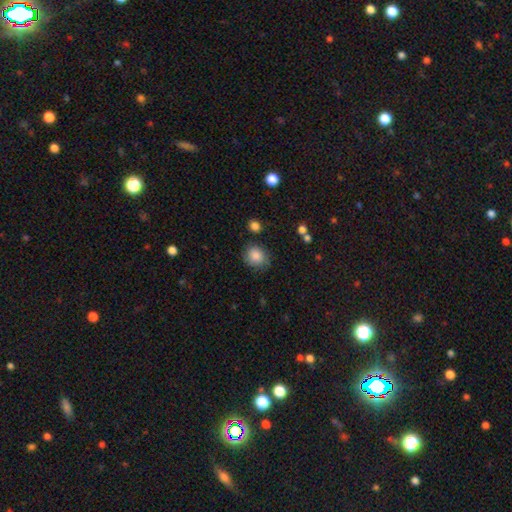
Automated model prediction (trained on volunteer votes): A smooth galaxy with no disk features (85%) that is round (67%). Merging: none (75%).